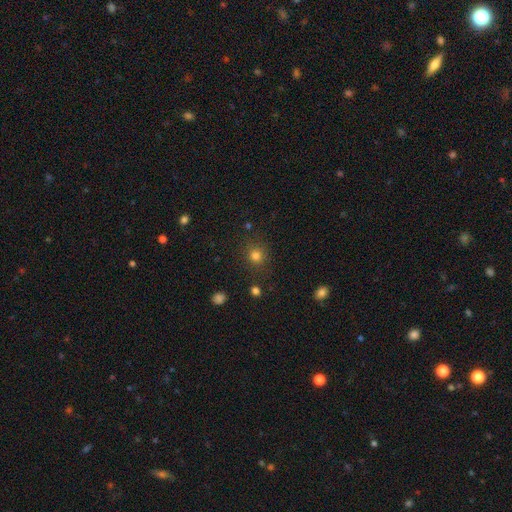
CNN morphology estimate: smooth-or-featured: smooth: 78% | star or artifact: 16% | featured or disk: 6%
  how-rounded: round: 90% | in between: 9% | cigar-shaped: 1%
  merging: none: 86% | minor disturbance: 8% | major disturbance: 3% | merger: 2%